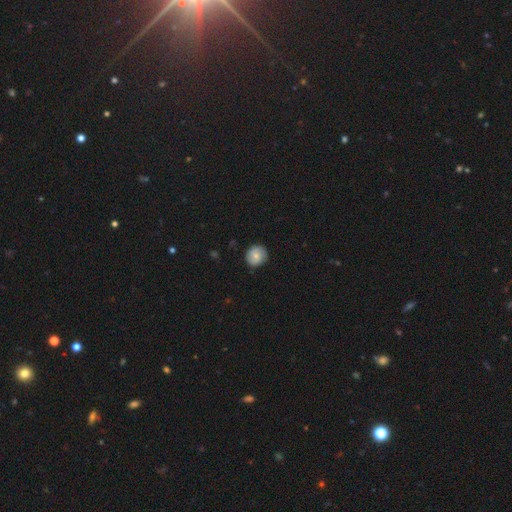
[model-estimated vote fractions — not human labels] A smooth galaxy with no disk features (69%) that is round (86%). Merging: none (81%).